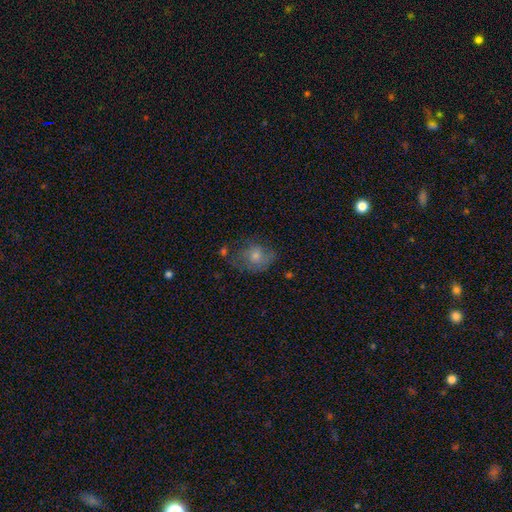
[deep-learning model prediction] Smooth or featured? smooth (51%)
How rounded? round (56%)
Merging? none (55%)